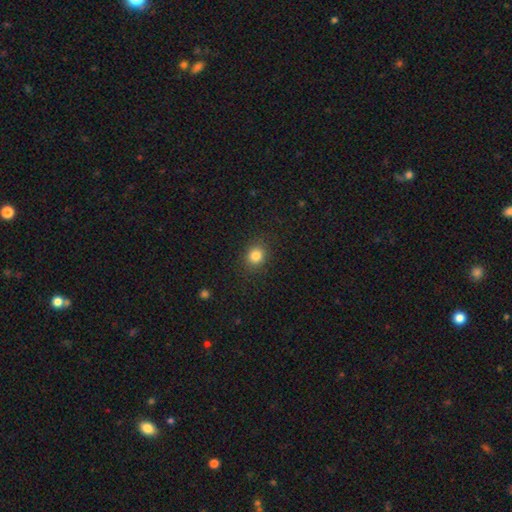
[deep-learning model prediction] The model was most divided on "how rounded": round: 75%, in between: 25%, cigar-shaped: 1%. More confident: merging — none (88%); smooth or featured — smooth (84%).